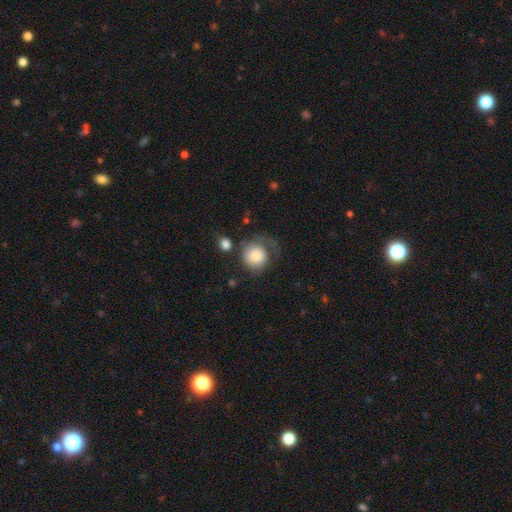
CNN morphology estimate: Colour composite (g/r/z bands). It shows a smooth galaxy with no disk features (77%) that is round (86%). Merging: none (41%).